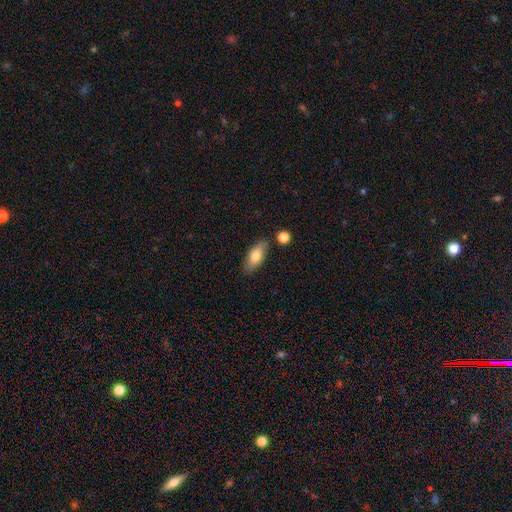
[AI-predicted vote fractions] This is likely a smooth galaxy (75%). How rounded: likely in between (80%). Merging: clearly none (82%).